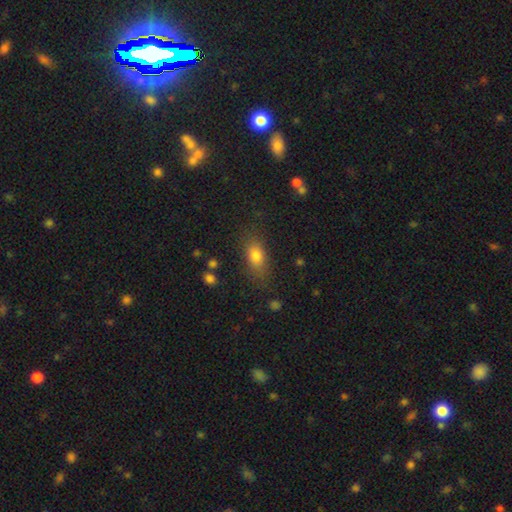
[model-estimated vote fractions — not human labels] Smooth or featured?
  - smooth: 77% *
  - star or artifact: 12%
  - featured or disk: 11%
How rounded?
  - in between: 76% *
  - round: 14%
  - cigar-shaped: 10%
Merging?
  - none: 77% *
  - minor disturbance: 15%
  - major disturbance: 5%
  - merger: 2%